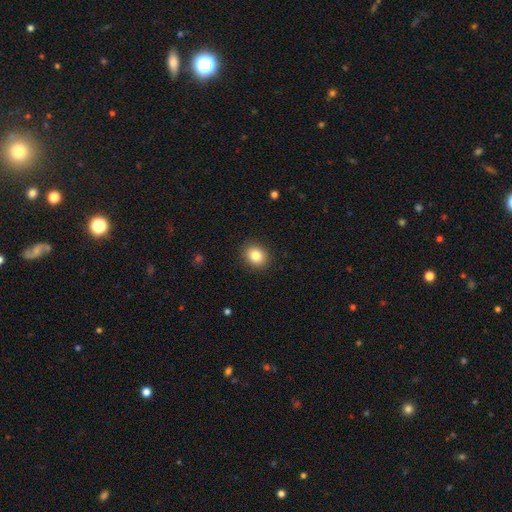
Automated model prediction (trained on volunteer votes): Q: Smooth or featured?
A: smooth (84%); runner-up: star or artifact (10%)
Q: How rounded?
A: round (69%); runner-up: in between (30%)
Q: Merging?
A: none (91%); runner-up: minor disturbance (7%)